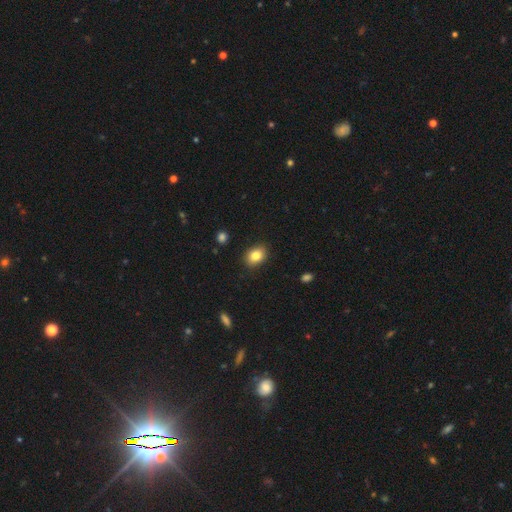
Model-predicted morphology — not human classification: Smooth or featured? smooth (84%)
How rounded? in between (68%)
Merging? none (88%)